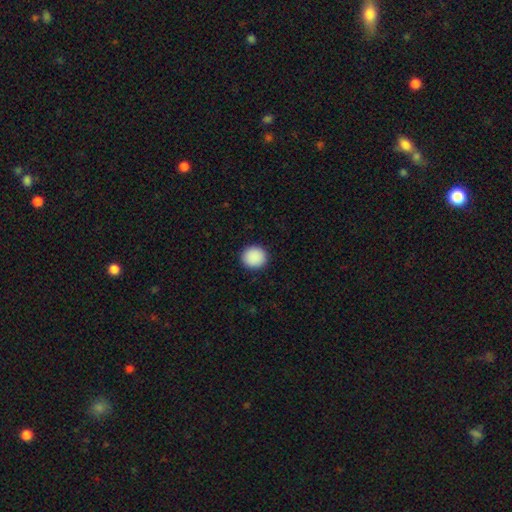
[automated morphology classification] Smooth or featured: smooth — 90% (star or artifact — 8%)
How rounded: round — 90% (in between — 9%)
Merging: none — 93% (minor disturbance — 5%)